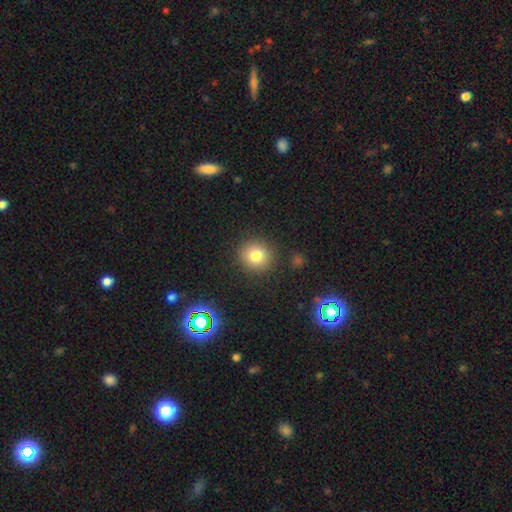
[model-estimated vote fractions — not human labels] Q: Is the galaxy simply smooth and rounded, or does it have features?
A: smooth — 79%.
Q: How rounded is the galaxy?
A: round — 88%.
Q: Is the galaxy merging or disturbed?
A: none — 88%.